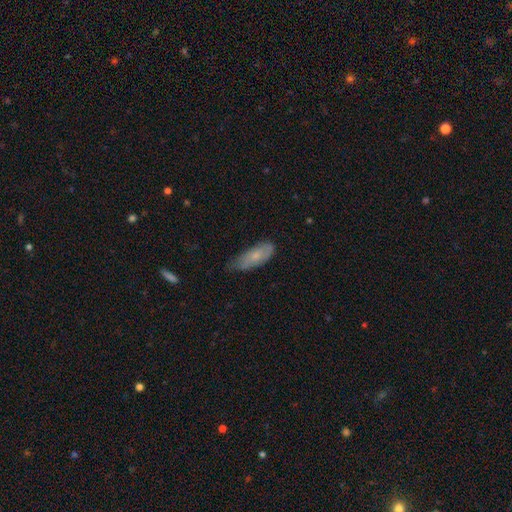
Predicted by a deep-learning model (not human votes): Smooth or featured?
  - smooth: 69% *
  - featured or disk: 25%
  - star or artifact: 7%
How rounded?
  - in between: 73% *
  - cigar-shaped: 24%
  - round: 2%
Merging?
  - none: 54% *
  - minor disturbance: 37%
  - major disturbance: 8%
  - merger: 2%